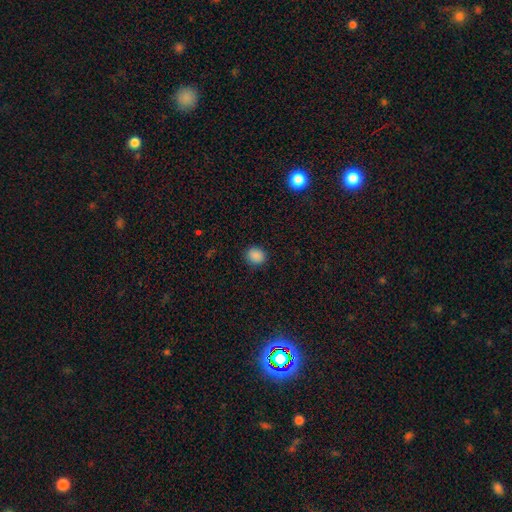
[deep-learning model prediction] Morphology: type=smooth (87%); roundness=round (66%); merging=none (87%).